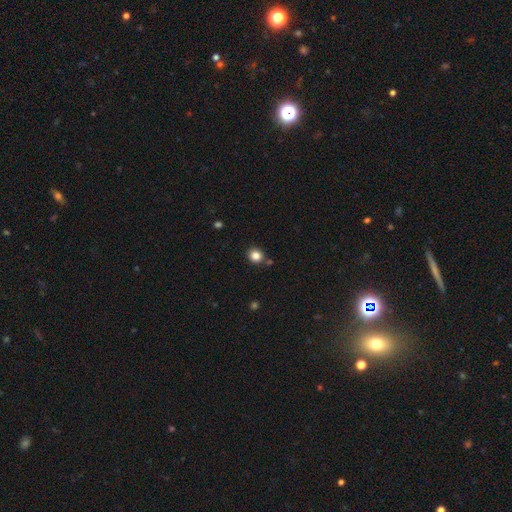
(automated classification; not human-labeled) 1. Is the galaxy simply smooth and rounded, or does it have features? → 84% smooth, 12% star or artifact, 5% featured or disk.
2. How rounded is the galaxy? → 83% round, 16% in between, 1% cigar-shaped.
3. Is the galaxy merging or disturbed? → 83% none, 8% minor disturbance, 6% merger, 2% major disturbance.